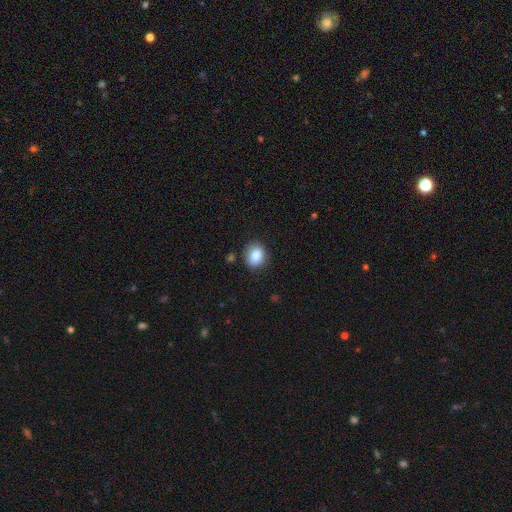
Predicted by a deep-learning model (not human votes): Smooth or featured: smooth — 87% (star or artifact — 8%)
How rounded: round — 59% (in between — 40%)
Merging: none — 81% (minor disturbance — 14%)